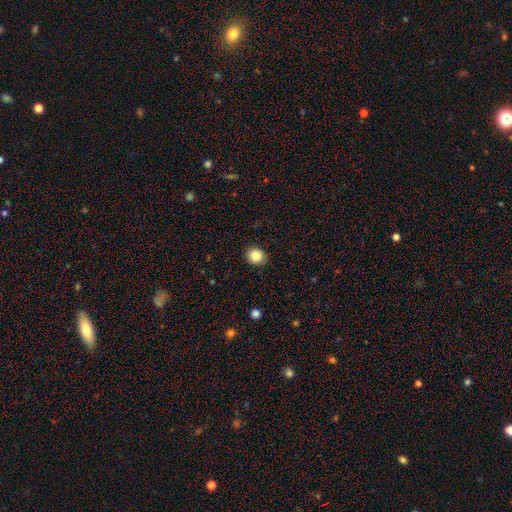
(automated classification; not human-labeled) Smooth or featured? smooth (84%)
How rounded? round (75%)
Merging? none (90%)